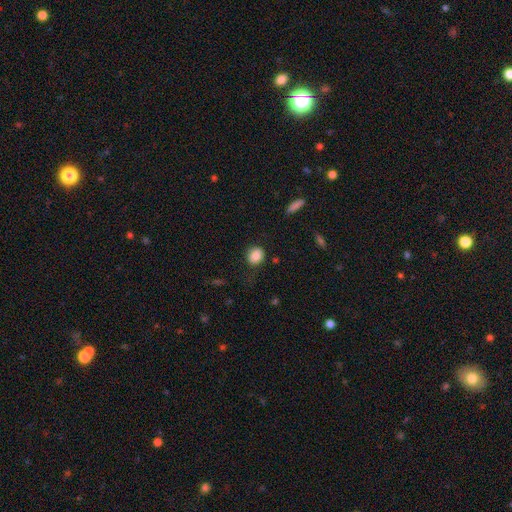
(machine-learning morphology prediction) Smooth or featured: smooth — 86% (star or artifact — 9%)
How rounded: round — 66% (in between — 33%)
Merging: none — 77% (minor disturbance — 16%)